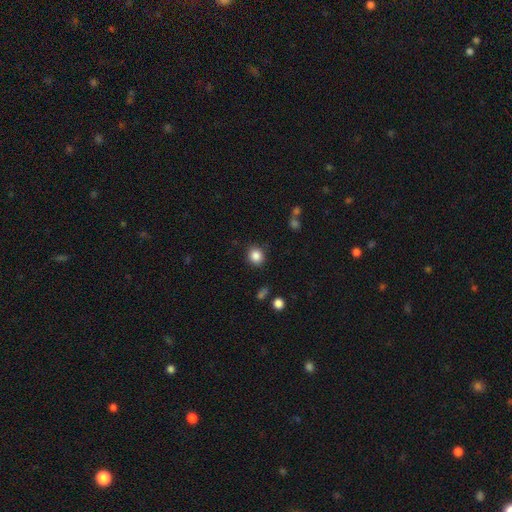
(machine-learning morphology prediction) A smooth galaxy with no disk features (86%) that is round (81%). Merging: none (87%).